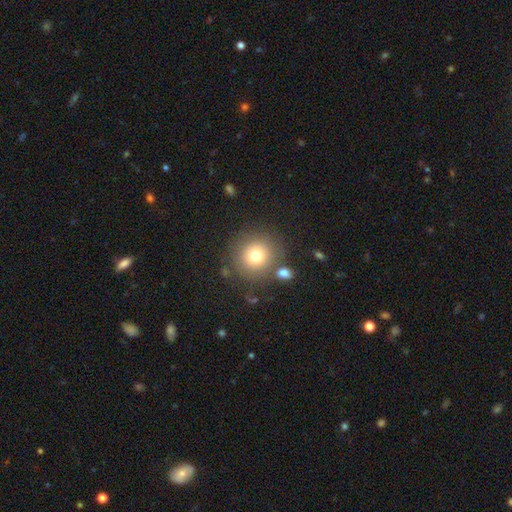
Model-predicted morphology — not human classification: Smooth or featured? smooth (75%)
How rounded? round (92%)
Merging? none (79%)